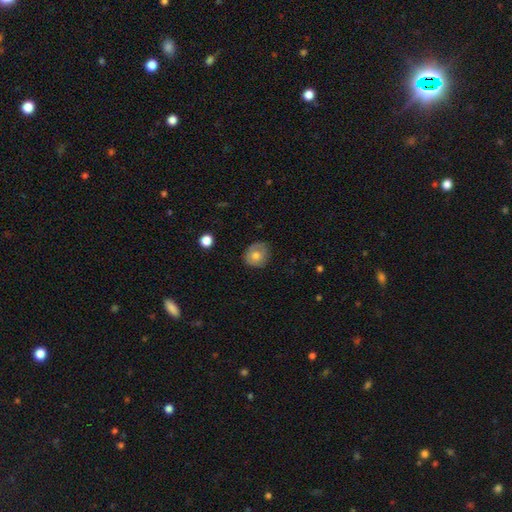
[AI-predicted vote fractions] smooth-or-featured: smooth: 68% | featured or disk: 24% | star or artifact: 8%
  how-rounded: round: 68% | in between: 31% | cigar-shaped: 1%
  merging: none: 74% | minor disturbance: 20% | major disturbance: 5% | merger: 1%